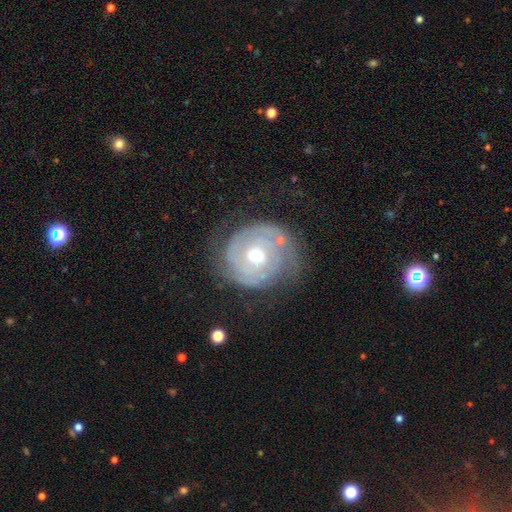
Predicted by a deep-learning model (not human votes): Smooth or featured? featured or disk (78%)
Edge-on disk? no (97%)
Bar? no (73%)
Spiral arms? yes (85%)
Spiral winding? tight (72%)
Spiral arm count? 2 (40%)
Bulge size? moderate (75%)
Merging? none (67%)